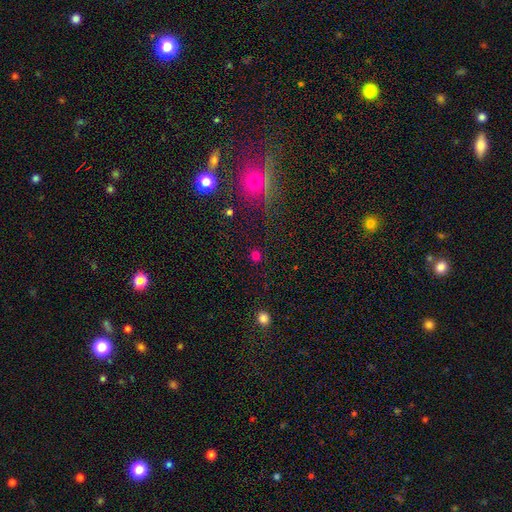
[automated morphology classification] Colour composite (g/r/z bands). It shows a smooth galaxy with no disk features (71%) that is round (87%). Merging: none (88%).